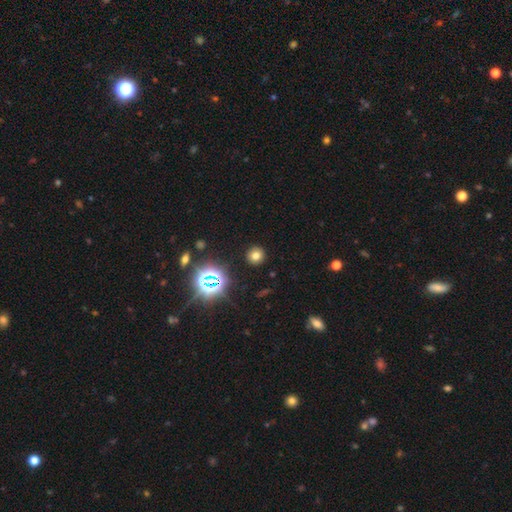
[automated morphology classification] The model was most divided on "smooth or featured": smooth: 69%, star or artifact: 23%, featured or disk: 8%. More confident: how rounded — round (91%); merging — none (91%).